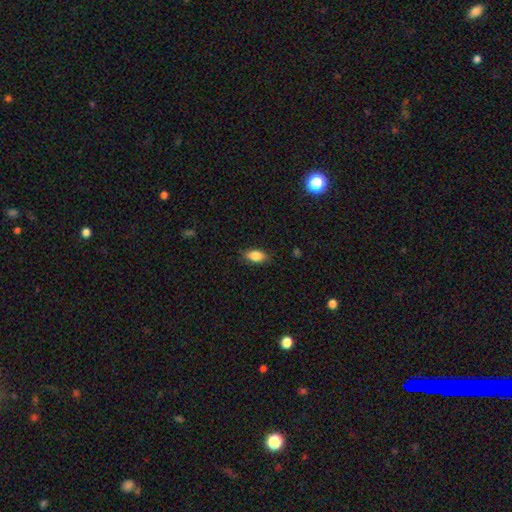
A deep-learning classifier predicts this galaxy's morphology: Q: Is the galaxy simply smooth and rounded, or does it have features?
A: smooth — 84%.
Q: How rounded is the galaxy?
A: in between — 88%.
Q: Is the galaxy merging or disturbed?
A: none — 84%.